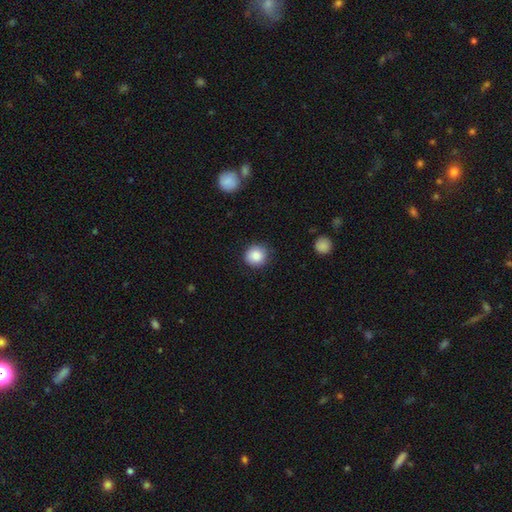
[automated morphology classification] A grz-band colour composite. It shows a smooth galaxy with no disk features (86%) that is round (90%). Merging: none (84%).